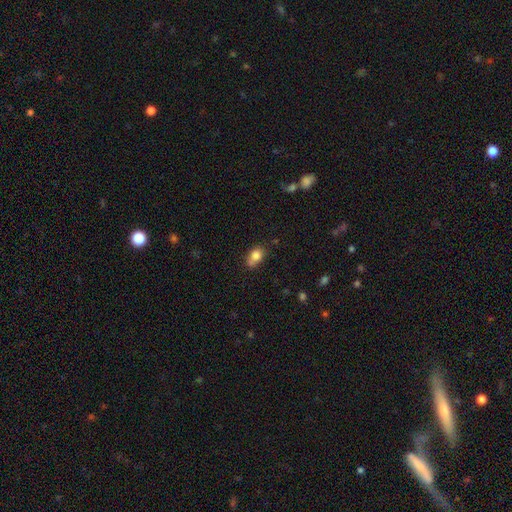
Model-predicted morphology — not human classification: Overall: smooth (80%). How rounded: in between (68%; round 30%). Merging: none (53%; minor disturbance 26%).